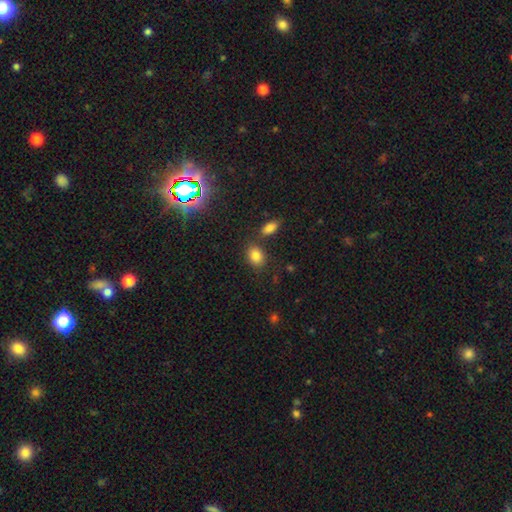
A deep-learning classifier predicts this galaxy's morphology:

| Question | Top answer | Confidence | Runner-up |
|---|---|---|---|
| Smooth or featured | smooth | 83% | star or artifact (10%) |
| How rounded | in between | 69% | round (30%) |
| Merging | none | 74% | minor disturbance (11%) |